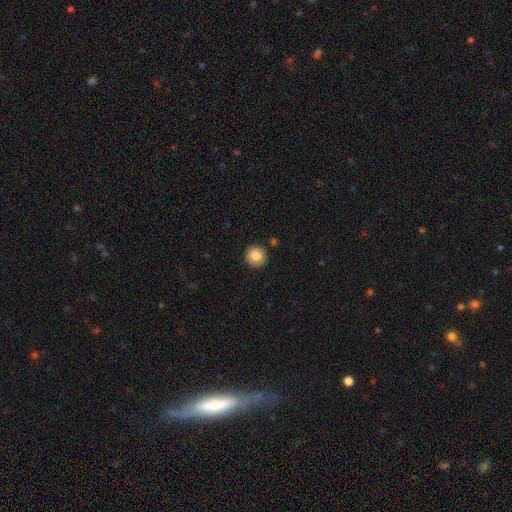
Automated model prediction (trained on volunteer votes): The model was most divided on "smooth or featured": smooth: 86%, star or artifact: 8%, featured or disk: 6%. More confident: how rounded — round (93%); merging — none (89%).